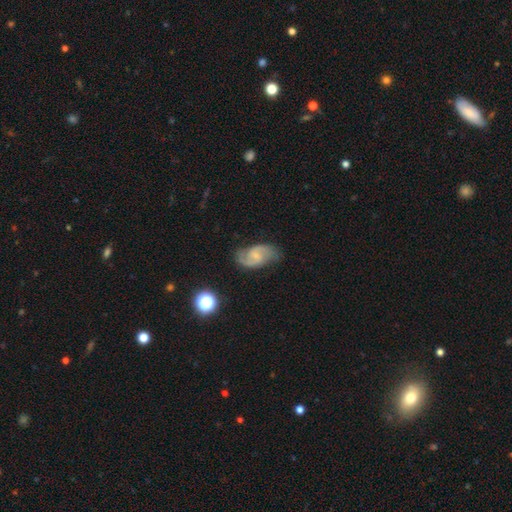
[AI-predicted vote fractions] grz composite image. It shows a featured or disk galaxy (82%) with a weak bar (48%), 2 (90%) medium (55%) spiral arms (96%) and a small central bulge (61%). Merging: none (75%).